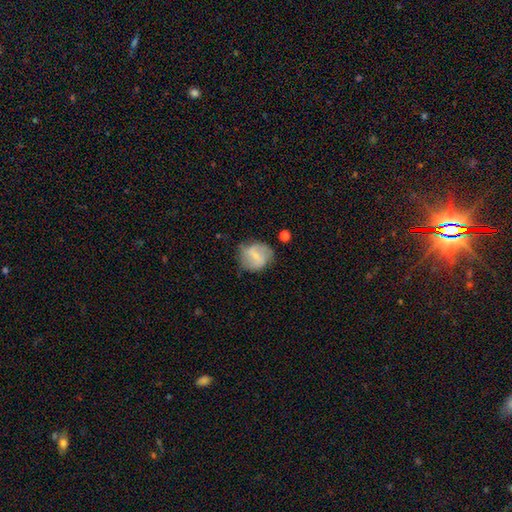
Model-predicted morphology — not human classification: Overall: smooth (47%; featured or disk 46%). Merging: none (60%; minor disturbance 27%).